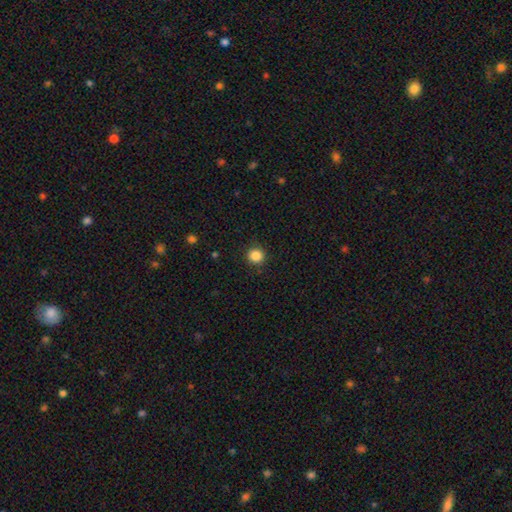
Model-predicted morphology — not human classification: smooth_or_featured: smooth (p=0.85) [alt: star or artifact p=0.11]
how_rounded: round (p=0.94) [alt: in between p=0.05]
merging: none (p=0.91) [alt: minor disturbance p=0.06]